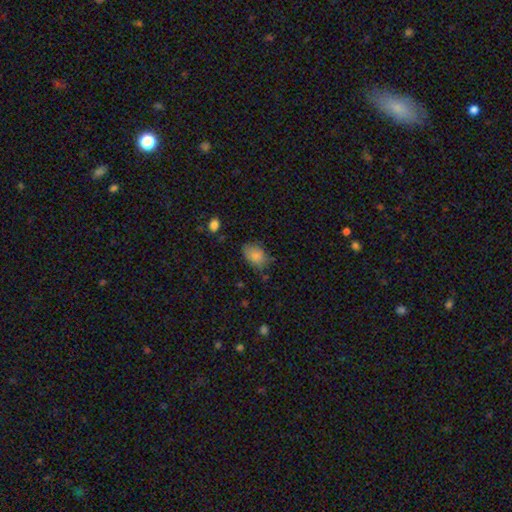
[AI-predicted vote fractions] A smooth galaxy with no disk features (81%) that is in between round and cigar-shaped (81%). Merging: none (62%).